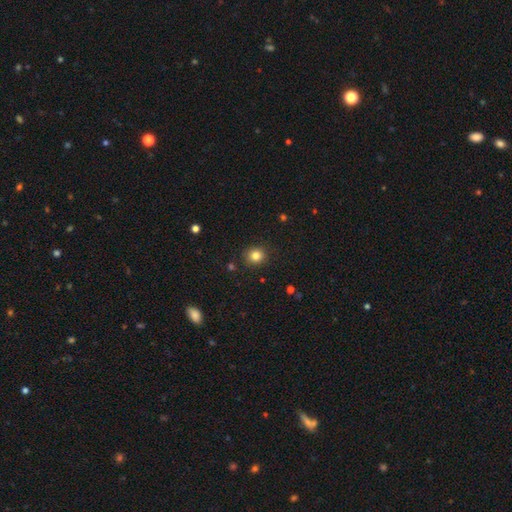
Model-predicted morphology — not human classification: smooth-or-featured: smooth: 83% | star or artifact: 12% | featured or disk: 5%
  how-rounded: round: 85% | in between: 14% | cigar-shaped: 1%
  merging: none: 89% | minor disturbance: 7% | major disturbance: 2% | merger: 1%